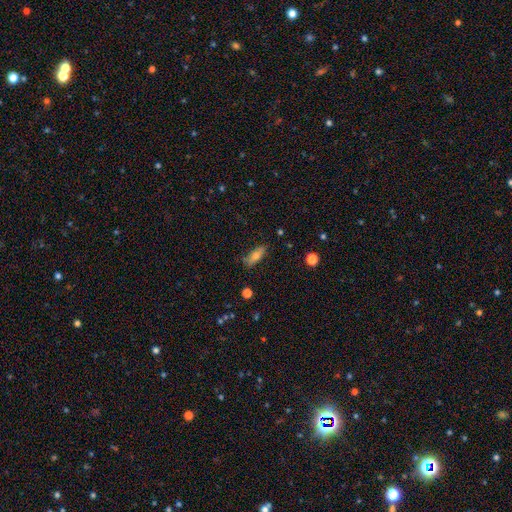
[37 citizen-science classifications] Morphology: type=smooth (68%); roundness=in between (76%); merging=none (86%).